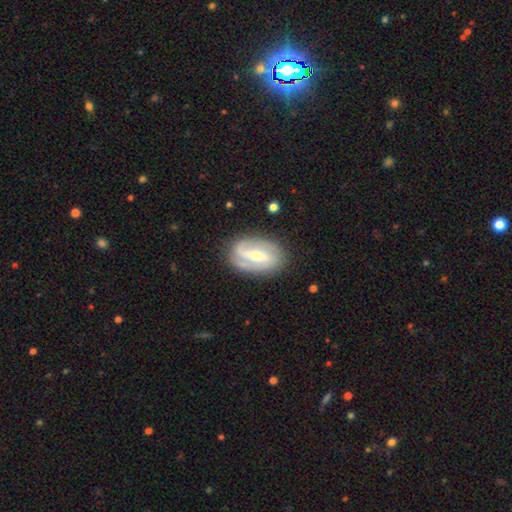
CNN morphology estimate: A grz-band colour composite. It shows a featured or disk galaxy (77%) with a strong bar (47%), 2 (68%) medium (38%) spiral arms (86%) and a moderate central bulge (48%, tied with small). Merging: none (79%).